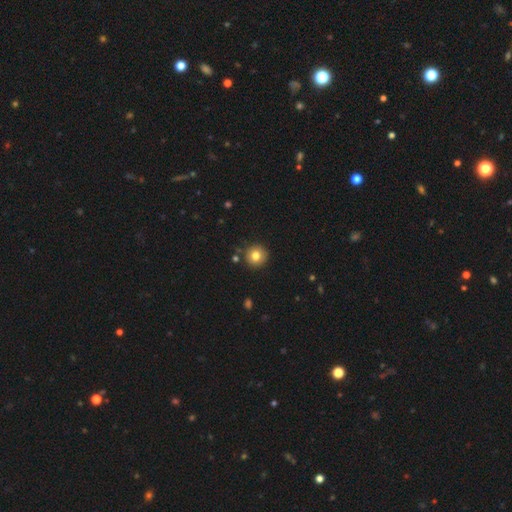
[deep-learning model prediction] Q: Smooth or featured?
A: smooth (79%); runner-up: star or artifact (11%)
Q: How rounded?
A: round (94%); runner-up: in between (5%)
Q: Merging?
A: none (87%); runner-up: minor disturbance (7%)